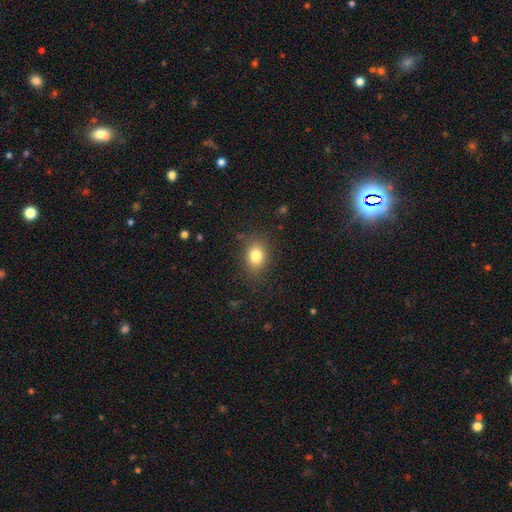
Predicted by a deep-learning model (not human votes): Smooth or featured: smooth — 81% (star or artifact — 11%)
How rounded: in between — 60% (round — 39%)
Merging: none — 84% (minor disturbance — 11%)